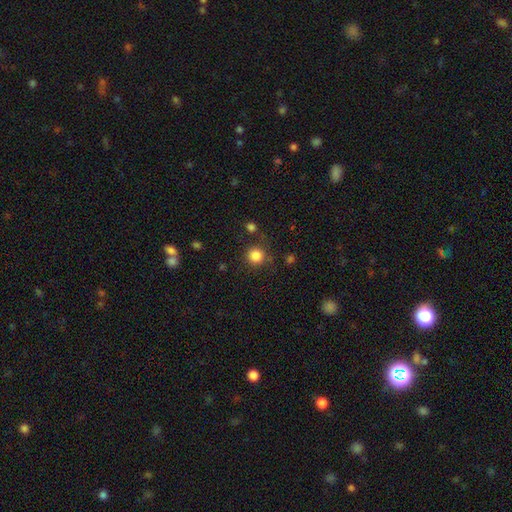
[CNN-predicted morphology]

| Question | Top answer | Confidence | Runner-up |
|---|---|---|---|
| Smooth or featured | smooth | 84% | star or artifact (12%) |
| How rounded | round | 94% | in between (6%) |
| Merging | none | 82% | minor disturbance (10%) |